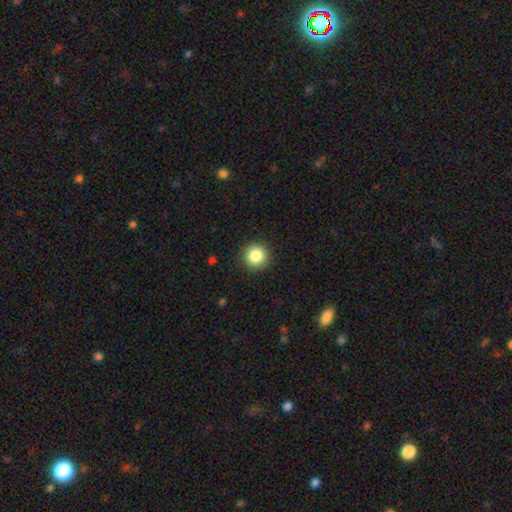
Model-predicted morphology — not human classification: Smooth or featured? smooth (85%)
How rounded? round (95%)
Merging? none (92%)